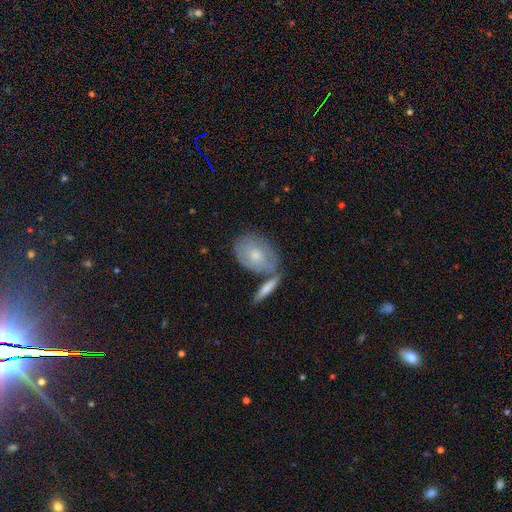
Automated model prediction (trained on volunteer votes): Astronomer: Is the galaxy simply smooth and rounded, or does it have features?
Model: smooth — 50% (runner-up: featured or disk, 40%).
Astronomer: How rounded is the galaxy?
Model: in between — 73%.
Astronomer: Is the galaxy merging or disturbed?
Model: none — 60%.